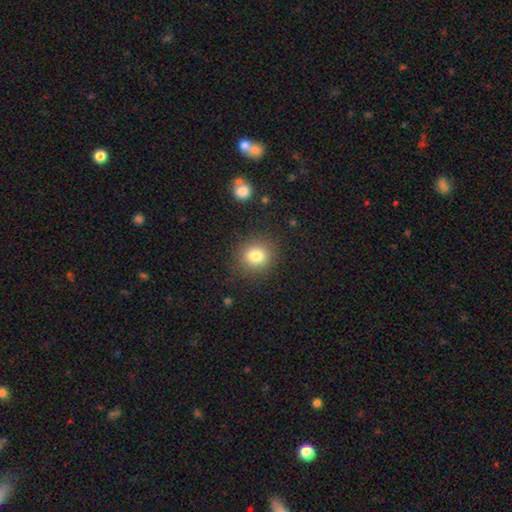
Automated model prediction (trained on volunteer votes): A smooth galaxy with no disk features (81%) that is round (84%). Merging: none (87%).